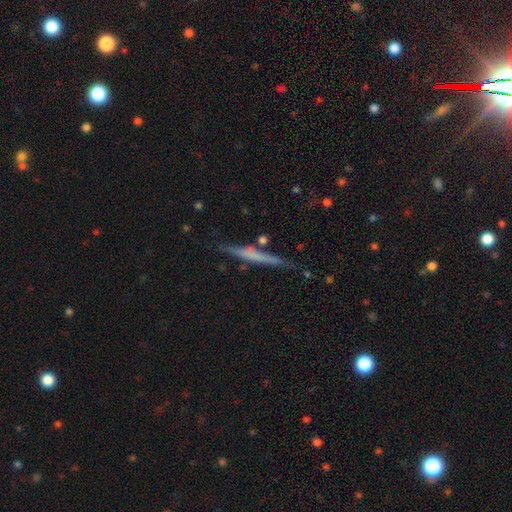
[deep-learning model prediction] This appears to be a featured or disk galaxy (50%) viewed edge-on (96%). Merging: none (79%).